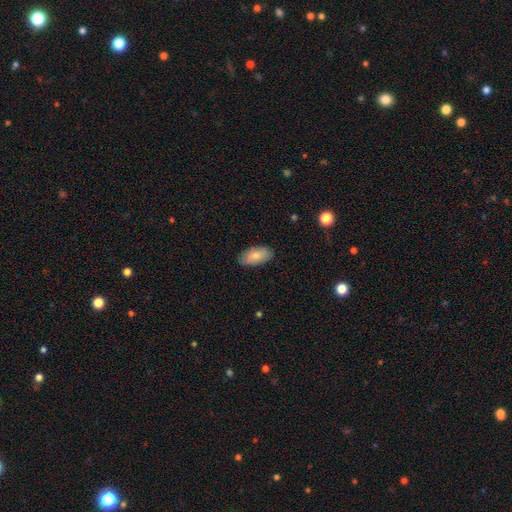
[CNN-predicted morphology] smooth_or_featured: smooth (p=0.74) [alt: featured or disk p=0.20]
how_rounded: in between (p=0.93) [alt: cigar-shaped p=0.04]
merging: none (p=0.78) [alt: minor disturbance p=0.17]